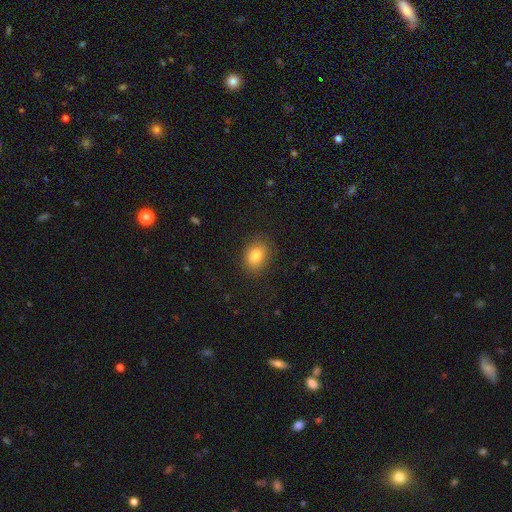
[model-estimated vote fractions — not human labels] Morphology: type=smooth (82%); roundness=in between (66%); merging=none (84%).